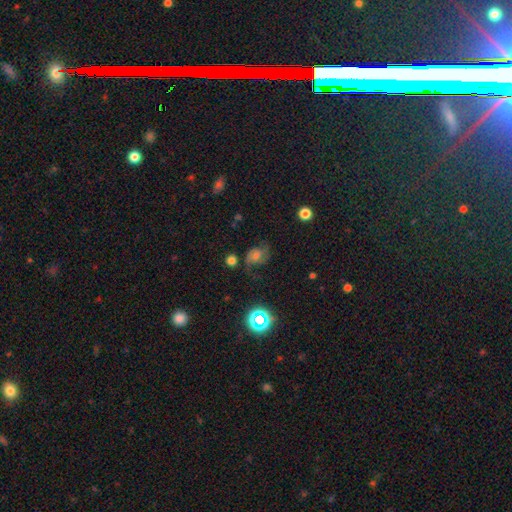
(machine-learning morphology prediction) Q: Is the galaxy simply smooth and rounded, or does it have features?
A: featured or disk — 61%.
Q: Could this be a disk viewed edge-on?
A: no — 97%.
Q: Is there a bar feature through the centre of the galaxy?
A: no — 61%.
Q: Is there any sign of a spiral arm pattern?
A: yes — 93%.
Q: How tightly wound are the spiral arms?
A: medium — 50%.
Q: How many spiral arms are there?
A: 2 — 82%.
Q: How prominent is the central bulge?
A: moderate — 45%.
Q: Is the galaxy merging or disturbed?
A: none — 63%.